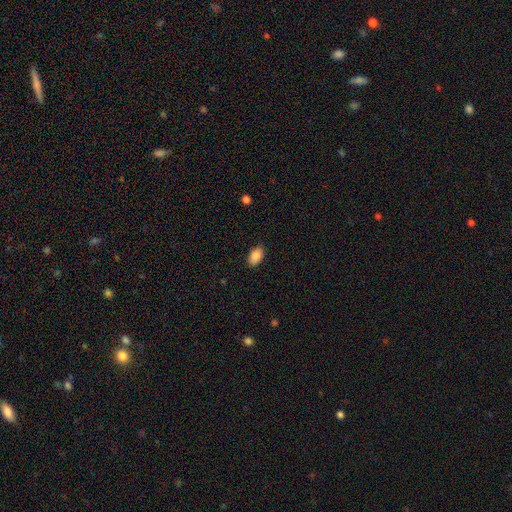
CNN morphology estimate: Smooth or featured: smooth — 87% (star or artifact — 7%)
How rounded: in between — 93% (round — 6%)
Merging: none — 86% (minor disturbance — 11%)